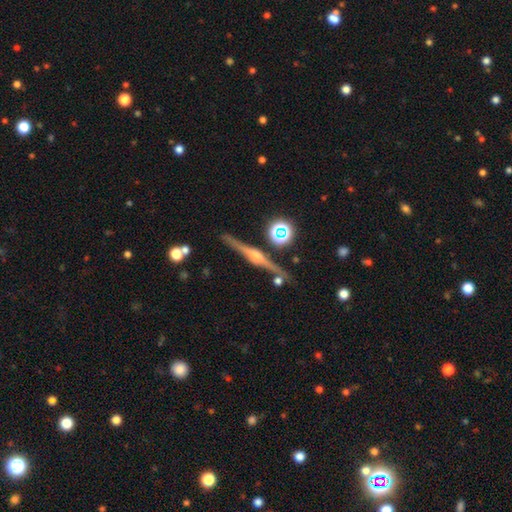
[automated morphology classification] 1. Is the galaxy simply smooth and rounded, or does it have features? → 83% featured or disk, 9% smooth, 8% star or artifact.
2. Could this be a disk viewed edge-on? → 98% yes, 2% no.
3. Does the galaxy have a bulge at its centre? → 88% rounded, 9% boxy, 4% none.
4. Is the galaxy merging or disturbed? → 86% none, 8% minor disturbance, 4% merger, 2% major disturbance.